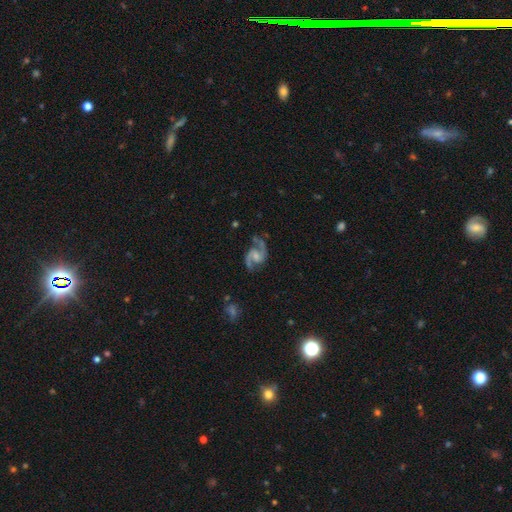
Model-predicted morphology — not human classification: This appears to be a featured or disk galaxy (92%) with no bar (44%, tied with weak), 2 (94%) medium (58%) spiral arms (98%) and a small central bulge (48%). Merging: none (75%).